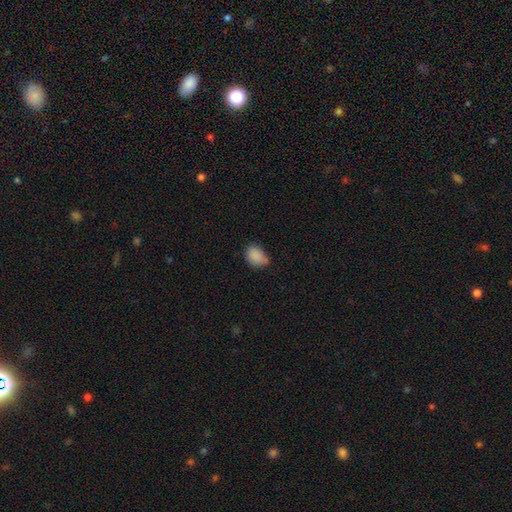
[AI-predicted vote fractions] A smooth galaxy with no disk features (85%) that is in between round and cigar-shaped (72%). Merging: none (51%).